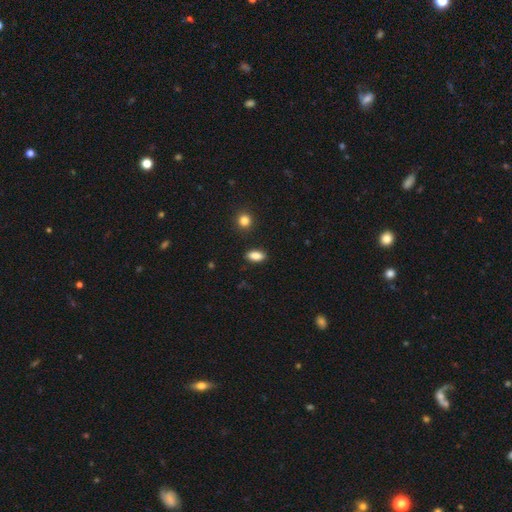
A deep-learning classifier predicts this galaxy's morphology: Smooth or featured: smooth — 87% (star or artifact — 9%)
How rounded: in between — 86% (cigar-shaped — 9%)
Merging: none — 88% (minor disturbance — 9%)